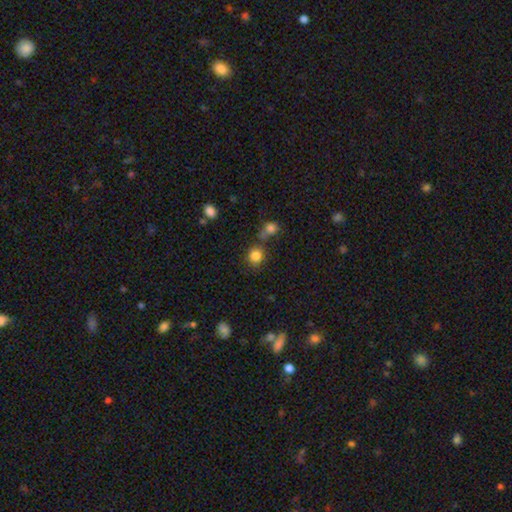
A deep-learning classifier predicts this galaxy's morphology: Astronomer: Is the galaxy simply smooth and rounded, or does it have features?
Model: smooth — 83%.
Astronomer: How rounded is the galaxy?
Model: round — 85%.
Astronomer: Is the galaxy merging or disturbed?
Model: none — 66%.